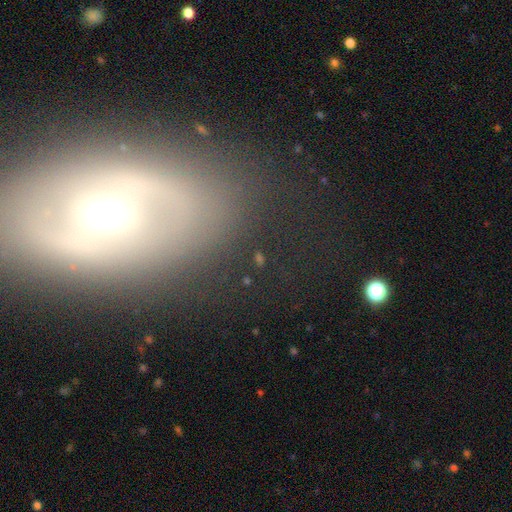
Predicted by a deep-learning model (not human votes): Smooth or featured?
  - featured or disk: 51% *
  - smooth: 32%
  - star or artifact: 17%
Edge-on disk?
  - no: 83% *
  - yes: 17%
Merging?
  - none: 62% *
  - minor disturbance: 18%
  - major disturbance: 15%
  - merger: 5%